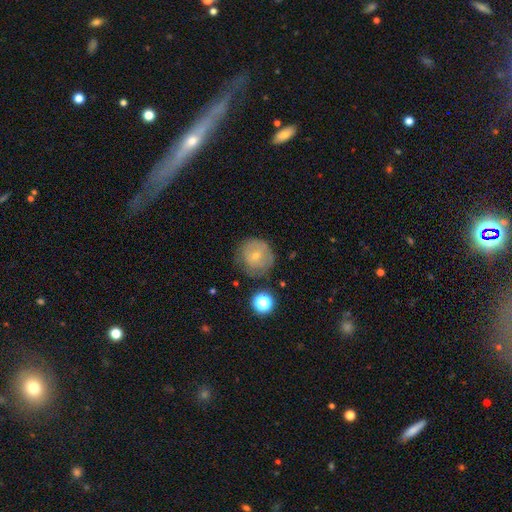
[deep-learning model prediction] Q: Smooth or featured?
A: smooth (60%); runner-up: featured or disk (29%)
Q: How rounded?
A: round (92%); runner-up: in between (7%)
Q: Merging?
A: none (67%); runner-up: minor disturbance (21%)